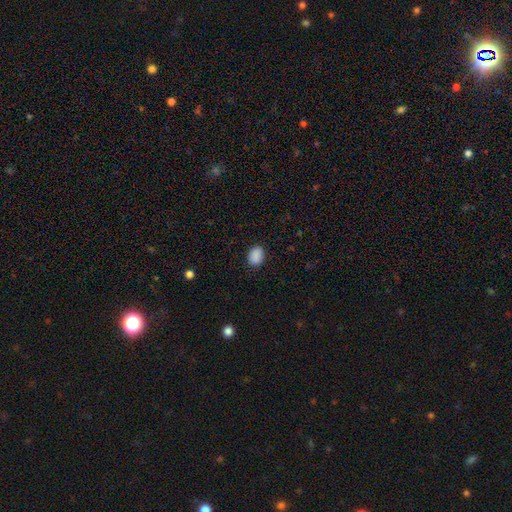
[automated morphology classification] Smooth or featured? Predicted: smooth (p=0.89). How rounded? Predicted: in between (p=0.69). Merging? Predicted: none (p=0.86).